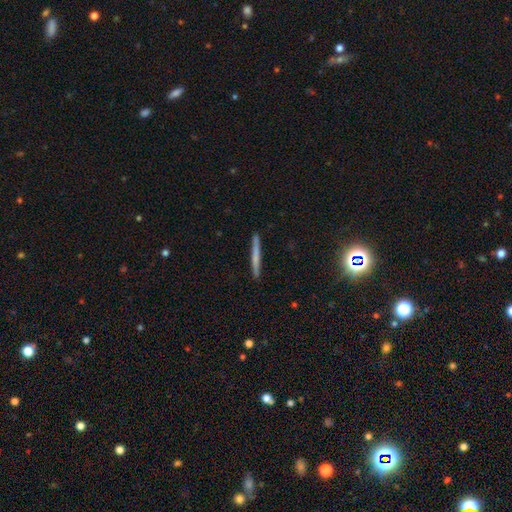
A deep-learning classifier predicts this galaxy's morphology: A smooth galaxy with no disk features (55%) that is cigar-shaped (97%).

Vote fractions:
- Smooth or featured? smooth: 55% / featured or disk: 38% / star or artifact: 7%
- How rounded? cigar-shaped: 97% / in between: 2% / round: 1%
- Merging? none: 91% / minor disturbance: 6% / major disturbance: 1% / merger: 1%